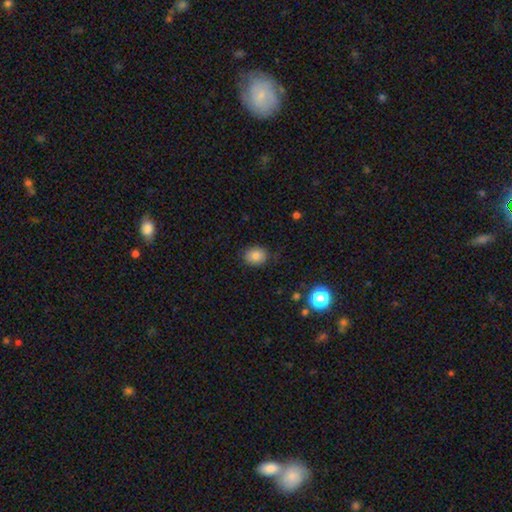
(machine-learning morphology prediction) type=smooth (81%); roundness=round (60%); merging=none (82%).